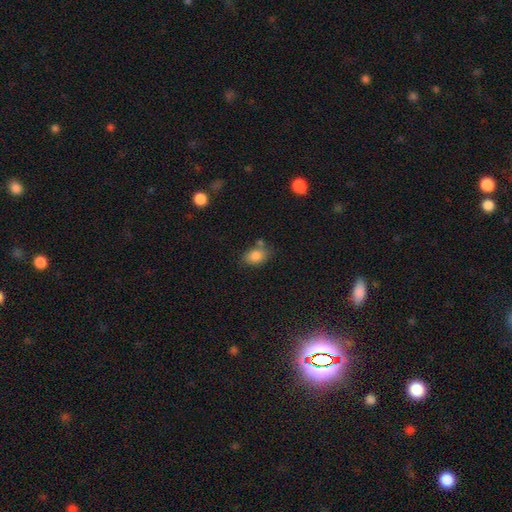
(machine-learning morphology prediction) The model was most divided on "merging": none: 63%, minor disturbance: 18%, merger: 13%, major disturbance: 5%. More confident: smooth or featured — smooth (84%); how rounded — in between (77%).